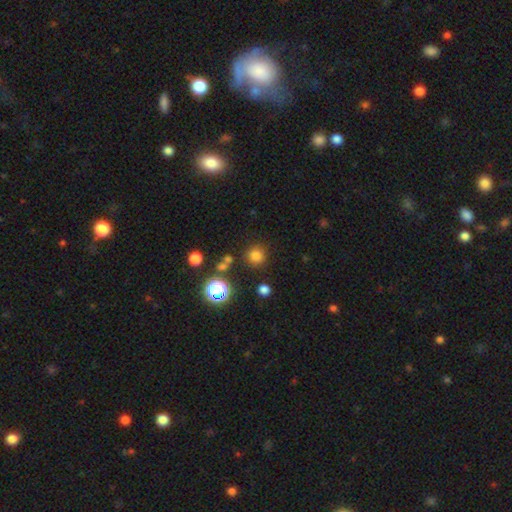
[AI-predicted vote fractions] Smooth or featured: smooth — 75% (star or artifact — 20%)
How rounded: round — 93% (in between — 6%)
Merging: none — 85% (minor disturbance — 8%)